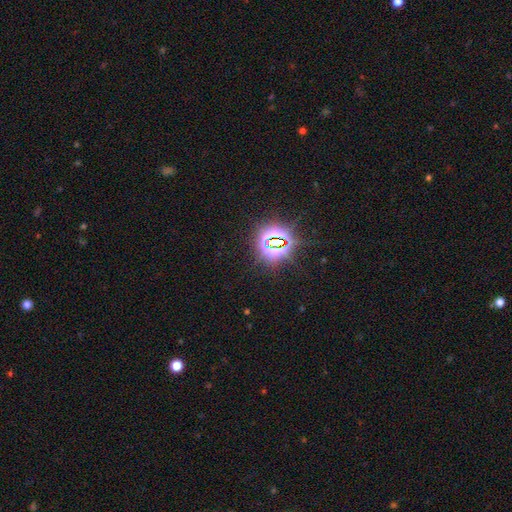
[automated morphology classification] Q: Smooth or featured?
A: star or artifact (81%); runner-up: smooth (13%)